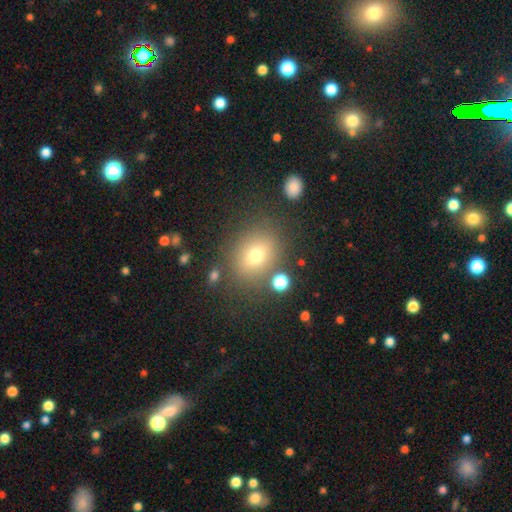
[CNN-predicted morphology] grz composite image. It shows a smooth galaxy with no disk features (69%) that is round (55%). Merging: none (77%).